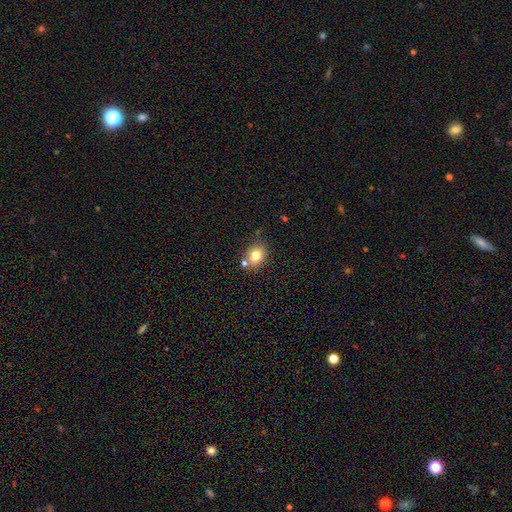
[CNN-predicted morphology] smooth_or_featured: smooth (p=0.78) [alt: featured or disk p=0.12]
how_rounded: in between (p=0.52) [alt: round p=0.47]
merging: none (p=0.70) [alt: merger p=0.14]